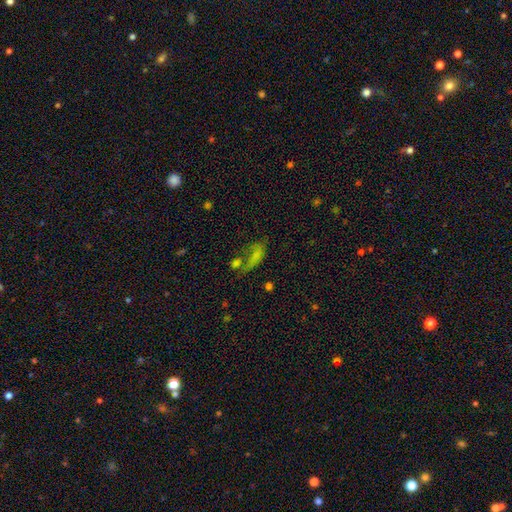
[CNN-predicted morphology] smooth-or-featured: smooth: 60% | star or artifact: 21% | featured or disk: 19%
  how-rounded: in between: 68% | cigar-shaped: 22% | round: 10%
  merging: none: 31% | merger: 30% | major disturbance: 22% | minor disturbance: 16%